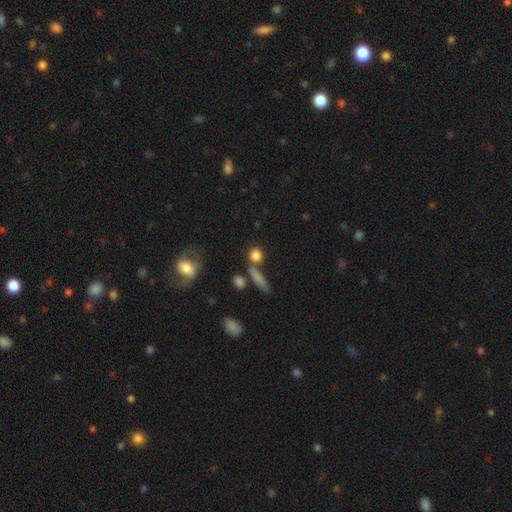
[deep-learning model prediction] Q: Smooth or featured?
A: smooth (80%); runner-up: star or artifact (11%)
Q: How rounded?
A: round (76%); runner-up: in between (16%)
Q: Merging?
A: none (62%); runner-up: merger (21%)